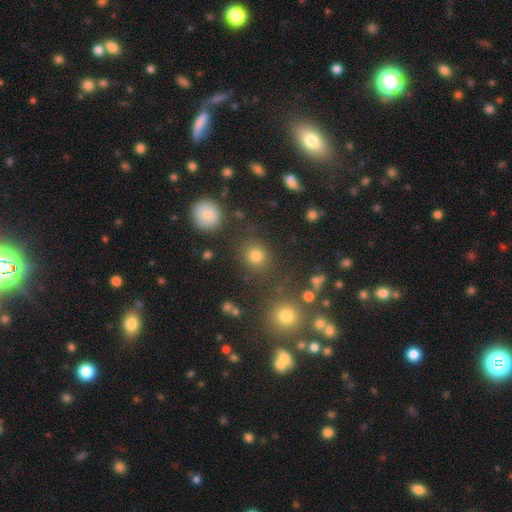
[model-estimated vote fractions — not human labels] A smooth galaxy with no disk features (77%) that is round (80%).

Vote fractions:
- Smooth or featured? smooth: 77% / star or artifact: 16% / featured or disk: 6%
- How rounded? round: 80% / in between: 18% / cigar-shaped: 1%
- Merging? none: 83% / minor disturbance: 8% / merger: 5% / major disturbance: 4%